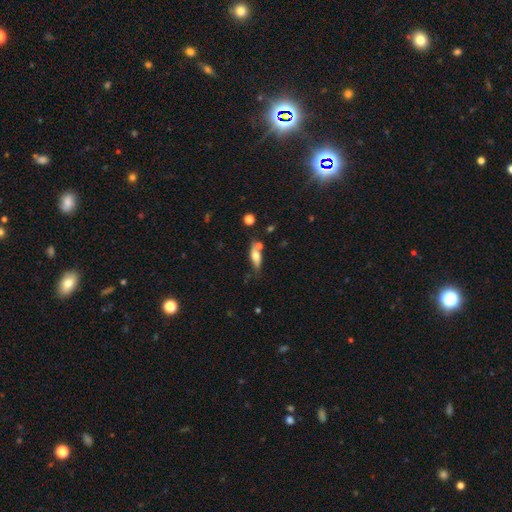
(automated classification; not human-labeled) Smooth or featured?
  - smooth: 58% *
  - featured or disk: 34%
  - star or artifact: 8%
How rounded?
  - in between: 60% *
  - cigar-shaped: 36%
  - round: 4%
Merging?
  - none: 60% *
  - minor disturbance: 18%
  - merger: 16%
  - major disturbance: 5%